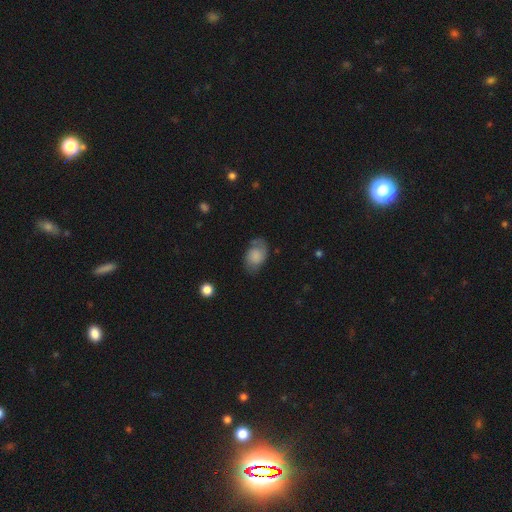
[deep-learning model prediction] smooth-or-featured: smooth: 56% | featured or disk: 35% | star or artifact: 9%
  how-rounded: in between: 84% | round: 15% | cigar-shaped: 1%
  merging: none: 64% | minor disturbance: 24% | major disturbance: 10% | merger: 2%